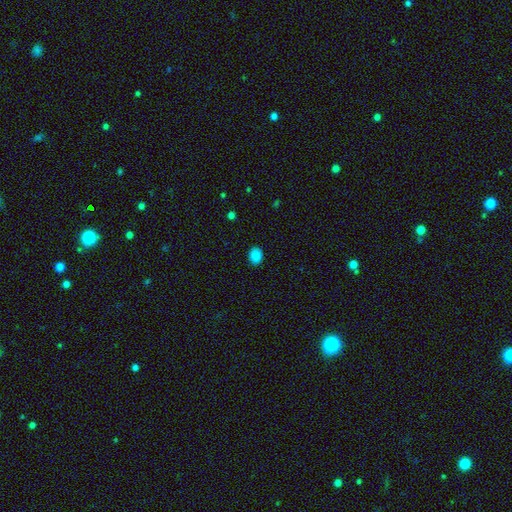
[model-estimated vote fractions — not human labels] Morphology: type=smooth (86%); roundness=in between (56%); merging=none (88%).